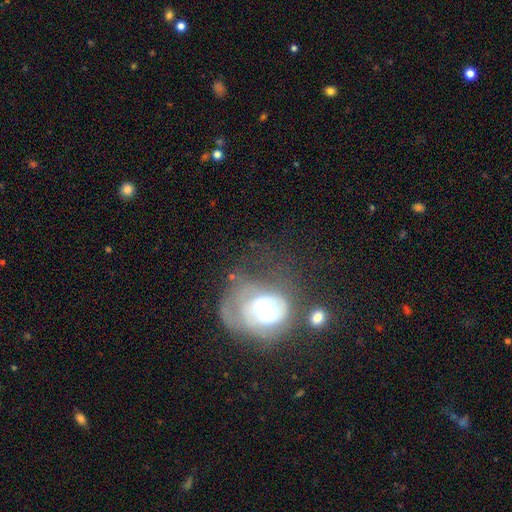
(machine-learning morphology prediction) Smooth or featured? star or artifact (36%)